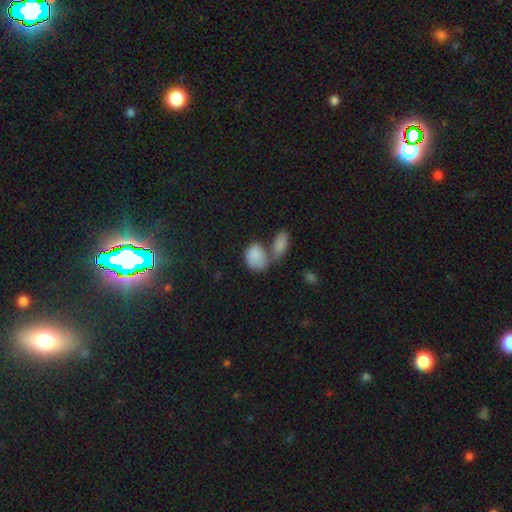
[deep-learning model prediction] This is clearly a smooth galaxy (84%). How rounded: likely in between (71%). Merging: marginally merger (43%).